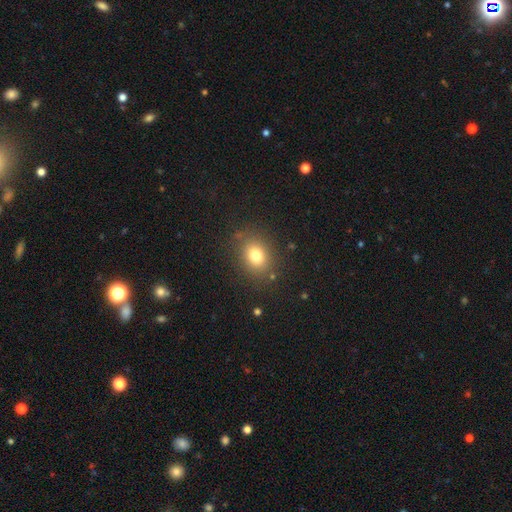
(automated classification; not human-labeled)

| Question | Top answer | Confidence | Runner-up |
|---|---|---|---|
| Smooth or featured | smooth | 77% | star or artifact (13%) |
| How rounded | round | 51% | in between (48%) |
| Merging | none | 84% | minor disturbance (10%) |